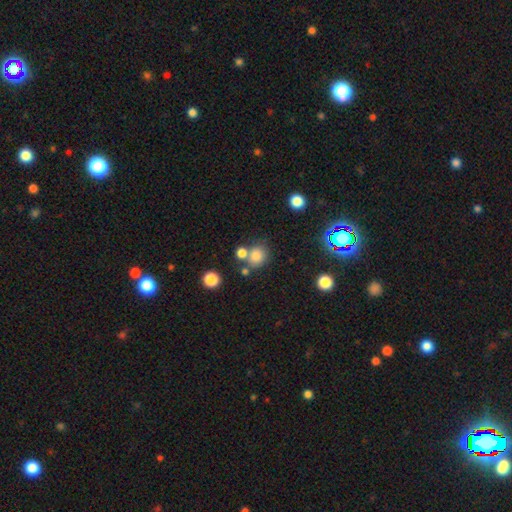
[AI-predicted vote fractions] Smooth or featured: smooth — 78% (star or artifact — 14%)
How rounded: round — 77% (in between — 22%)
Merging: none — 59% (merger — 25%)